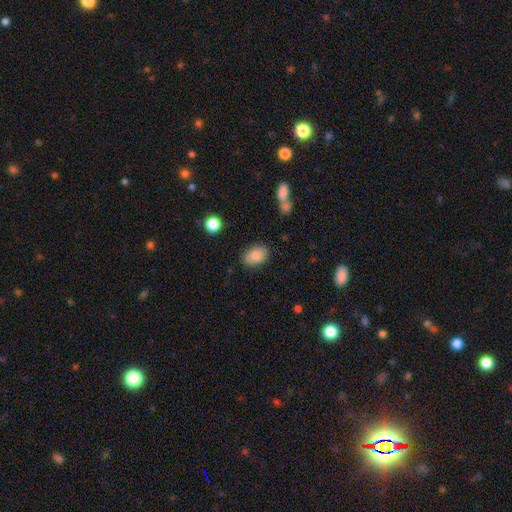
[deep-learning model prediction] This is clearly a smooth galaxy (84%). How rounded: clearly in between (85%). Merging: clearly none (81%).